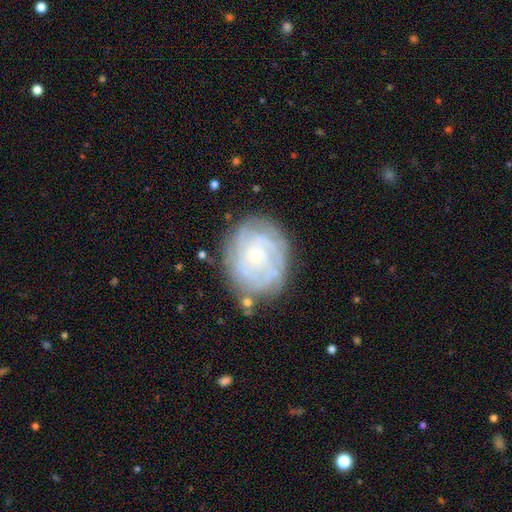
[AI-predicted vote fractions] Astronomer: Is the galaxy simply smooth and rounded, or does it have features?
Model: featured or disk — 79%.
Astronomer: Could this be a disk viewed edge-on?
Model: no — 97%.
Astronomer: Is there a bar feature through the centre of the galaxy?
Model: no — 81%.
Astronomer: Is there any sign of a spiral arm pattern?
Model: yes — 92%.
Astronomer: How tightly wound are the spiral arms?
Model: tight — 78%.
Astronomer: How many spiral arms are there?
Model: can't tell — 38% (runner-up: 4, 21%).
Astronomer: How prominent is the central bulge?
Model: small — 79%.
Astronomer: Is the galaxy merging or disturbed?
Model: none — 77%.